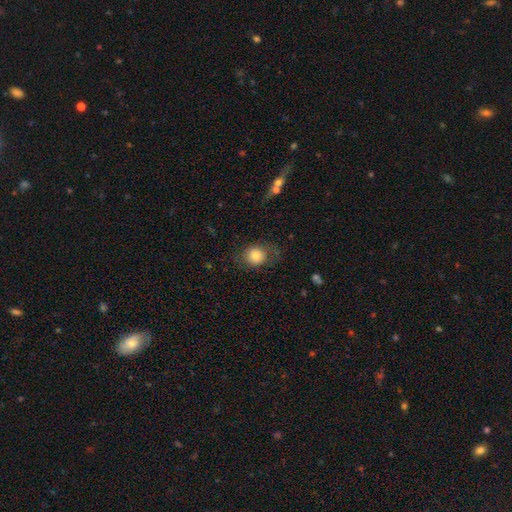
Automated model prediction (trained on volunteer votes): A smooth galaxy with no disk features (74%) that is round (76%).

Vote fractions:
- Smooth or featured? smooth: 74% / featured or disk: 17% / star or artifact: 9%
- How rounded? round: 76% / in between: 23% / cigar-shaped: 1%
- Merging? none: 67% / minor disturbance: 19% / major disturbance: 13% / merger: 2%